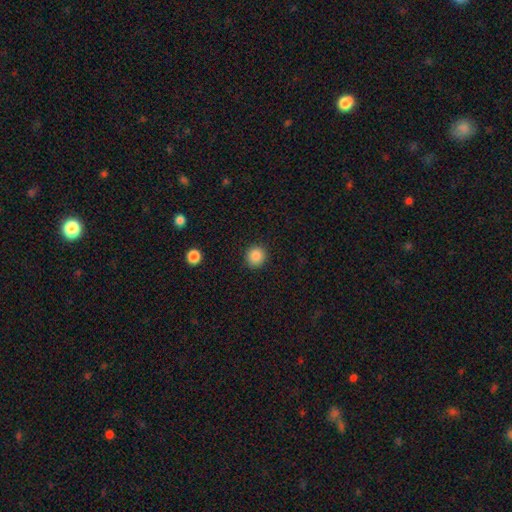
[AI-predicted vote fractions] Smooth or featured?
  - smooth: 87% *
  - star or artifact: 10%
  - featured or disk: 3%
How rounded?
  - round: 92% *
  - in between: 7%
  - cigar-shaped: 1%
Merging?
  - none: 91% *
  - minor disturbance: 6%
  - major disturbance: 2%
  - merger: 1%